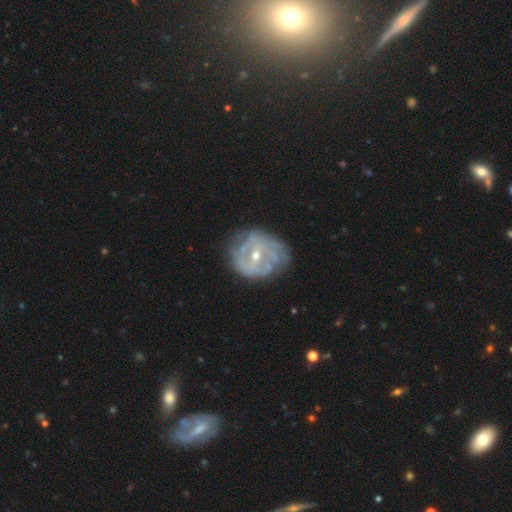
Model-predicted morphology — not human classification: Smooth or featured: featured or disk — 79% (smooth — 15%)
Edge-on disk: no — 97% (yes — 3%)
Bar: weak — 47% (no — 32%)
Spiral arms: yes — 74% (no — 26%)
Spiral winding: tight — 58% (medium — 29%)
Spiral arm count: can't tell — 47% (2 — 28%)
Bulge size: small — 52% (moderate — 45%)
Merging: none — 61% (minor disturbance — 25%)